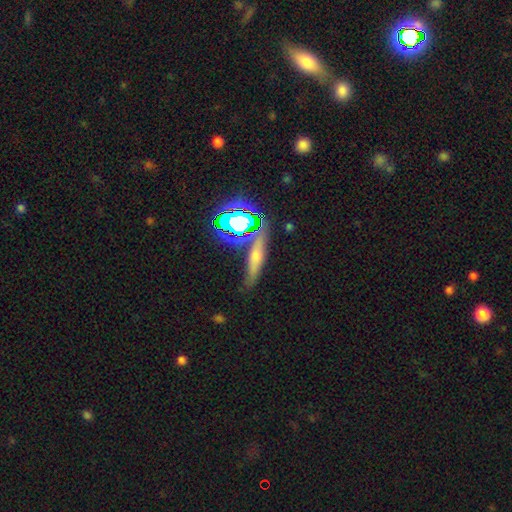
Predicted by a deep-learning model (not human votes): Q: Smooth or featured?
A: featured or disk (38%); runner-up: smooth (36%)
Q: Merging?
A: none (73%); runner-up: minor disturbance (13%)